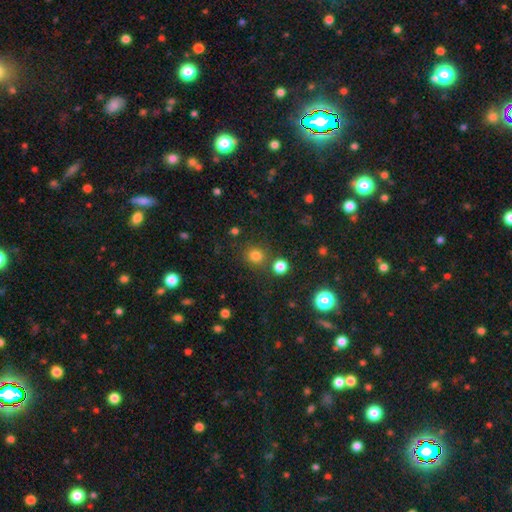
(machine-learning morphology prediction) Smooth or featured: smooth — 79% (star or artifact — 16%)
How rounded: round — 89% (in between — 10%)
Merging: none — 79% (merger — 9%)